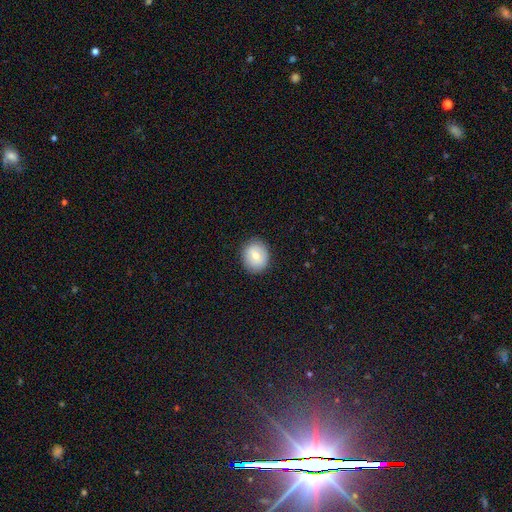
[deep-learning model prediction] Smooth or featured? smooth (71%)
How rounded? round (70%)
Merging? none (88%)